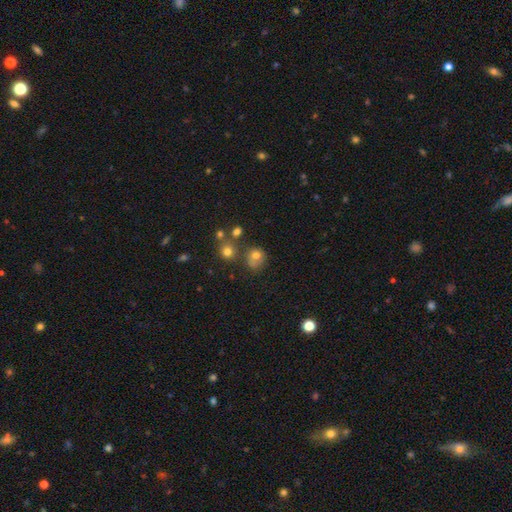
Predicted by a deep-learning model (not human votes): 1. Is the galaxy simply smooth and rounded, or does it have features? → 72% smooth, 15% star or artifact, 12% featured or disk.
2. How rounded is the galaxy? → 77% round, 22% in between, 1% cigar-shaped.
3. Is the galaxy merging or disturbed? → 53% none, 19% minor disturbance, 18% merger, 9% major disturbance.